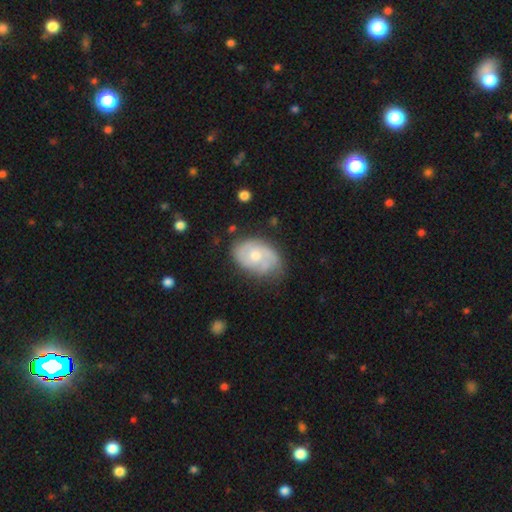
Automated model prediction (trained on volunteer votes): smooth-or-featured: featured or disk: 65% | smooth: 29% | star or artifact: 6%
  disk-edge-on: no: 96% | yes: 4%
    bar: no: 74% | weak: 23% | strong: 3%
    has-spiral-arms: yes: 83% | no: 17%
      spiral-winding: tight: 44% | medium: 39% | loose: 17%
      spiral-arm-count: 2: 48% | can't tell: 28% | 3: 12% | 1: 8% | 4: 3% | more than 4: 2%
    bulge-size: moderate: 60% | small: 35% | large: 3% | none: 1% | dominant: 1%
  merging: none: 62% | minor disturbance: 27% | major disturbance: 9% | merger: 2%